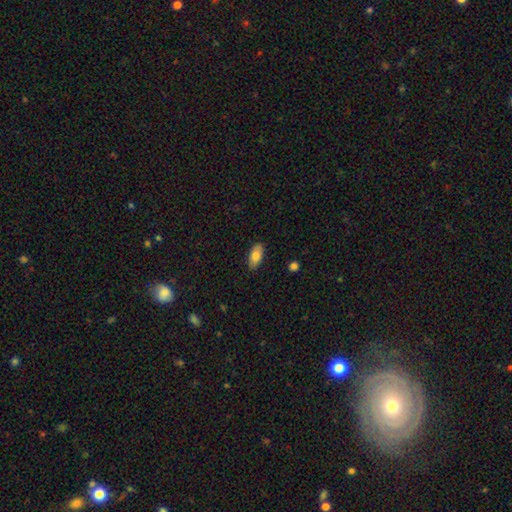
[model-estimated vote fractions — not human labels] smooth-or-featured: smooth: 79% | featured or disk: 14% | star or artifact: 7%
  how-rounded: in between: 92% | cigar-shaped: 5% | round: 3%
  merging: none: 87% | minor disturbance: 10% | major disturbance: 2% | merger: 1%